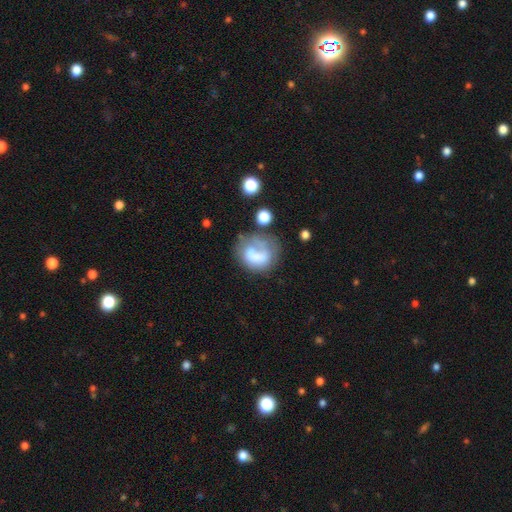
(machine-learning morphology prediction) smooth_or_featured: smooth (p=0.55) [alt: featured or disk p=0.35]
how_rounded: round (p=0.64) [alt: in between p=0.35]
merging: none (p=0.35) [alt: major disturbance p=0.31]